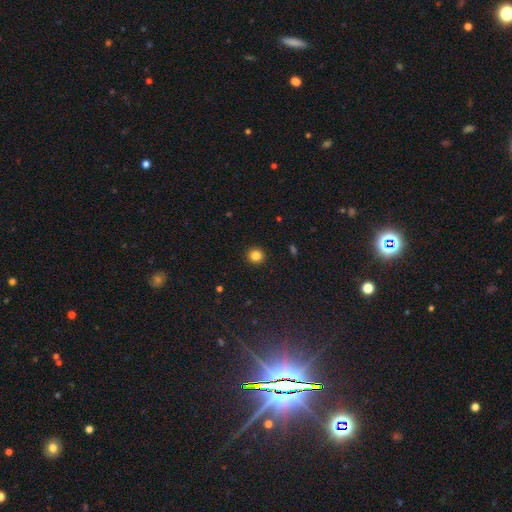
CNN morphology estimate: type=smooth (84%); roundness=round (94%); merging=none (93%).